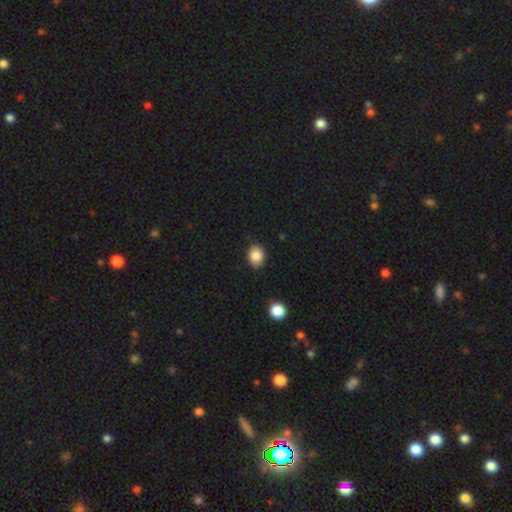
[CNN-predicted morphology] Smooth or featured? Predicted: smooth (p=0.87). How rounded? Predicted: round (p=0.50). Merging? Predicted: none (p=0.86).